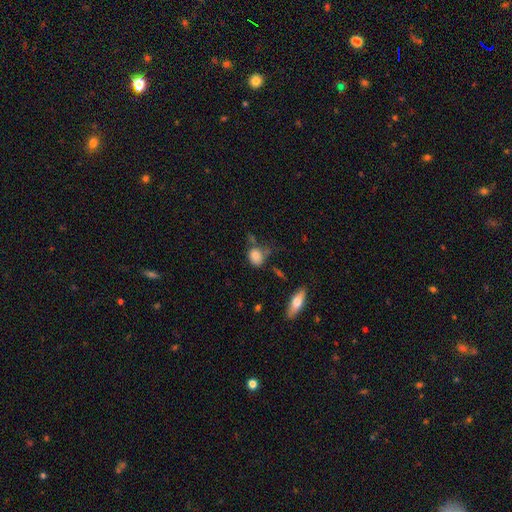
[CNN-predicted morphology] A smooth galaxy with no disk features (81%) that is in between round and cigar-shaped (53%). Merging: none (48%).